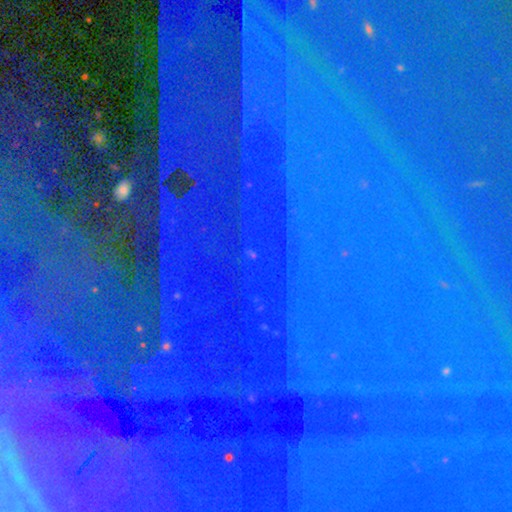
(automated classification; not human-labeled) Q: Smooth or featured?
A: star or artifact (86%); runner-up: featured or disk (8%)